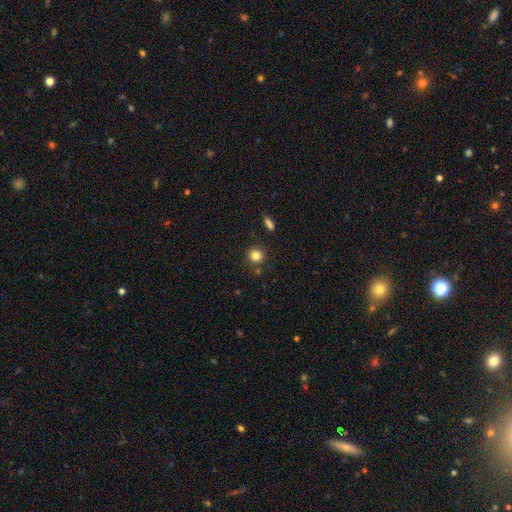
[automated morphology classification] The model was most divided on "smooth or featured": smooth: 83%, star or artifact: 12%, featured or disk: 6%. More confident: how rounded — round (90%); merging — none (83%).